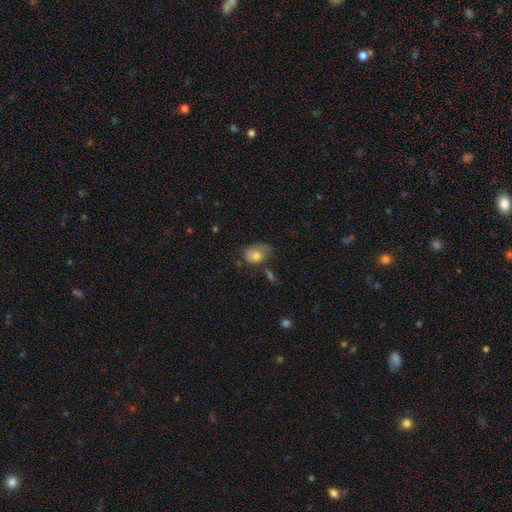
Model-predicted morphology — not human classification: type=smooth (69%); roundness=in between (75%); merging=minor disturbance (37%).